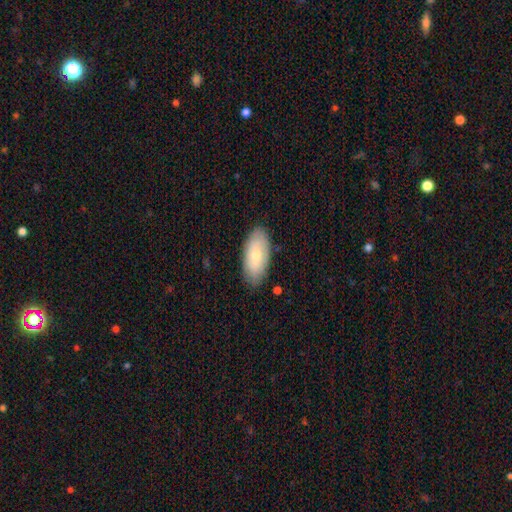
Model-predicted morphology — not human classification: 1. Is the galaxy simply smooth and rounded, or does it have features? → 73% smooth, 21% featured or disk, 6% star or artifact.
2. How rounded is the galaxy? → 92% in between, 6% cigar-shaped, 2% round.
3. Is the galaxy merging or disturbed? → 83% none, 13% minor disturbance, 2% major disturbance, 1% merger.